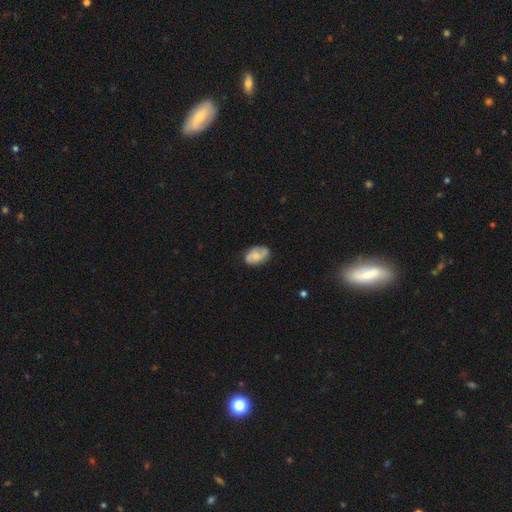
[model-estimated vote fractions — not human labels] A smooth galaxy with no disk features (48%). Merging: none (73%).